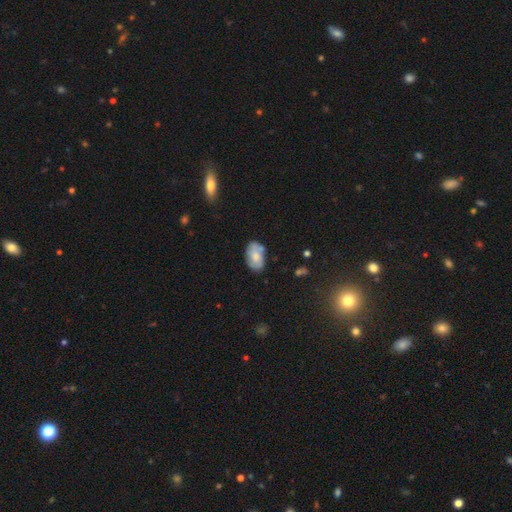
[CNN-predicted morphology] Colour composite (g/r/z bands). It shows a smooth galaxy with no disk features (61%) that is in between round and cigar-shaped (91%). Merging: none (68%).